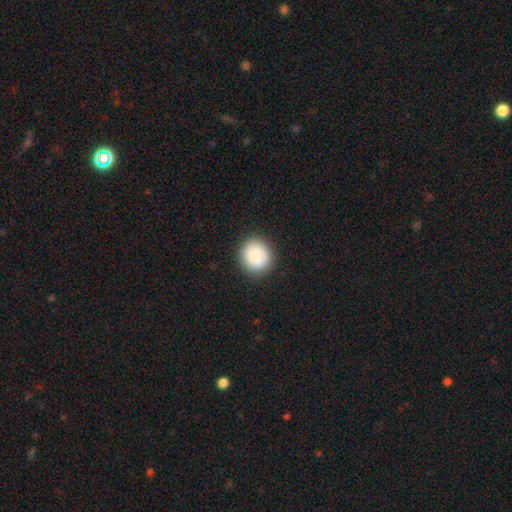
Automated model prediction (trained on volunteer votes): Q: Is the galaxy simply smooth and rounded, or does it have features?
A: smooth — 86%.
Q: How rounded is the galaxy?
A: round — 88%.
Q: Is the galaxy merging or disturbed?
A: none — 88%.